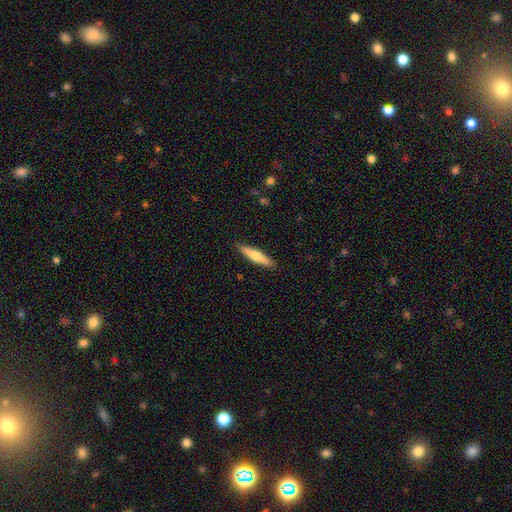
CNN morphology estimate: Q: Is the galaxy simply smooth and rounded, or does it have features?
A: smooth — 63%.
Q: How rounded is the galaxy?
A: cigar-shaped — 85%.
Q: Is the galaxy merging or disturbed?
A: none — 89%.